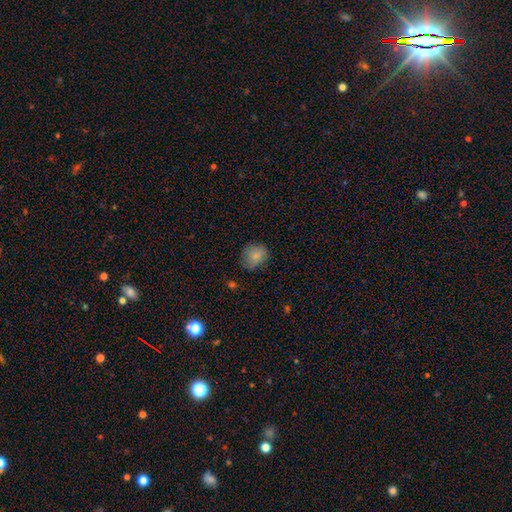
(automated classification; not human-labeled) Smooth or featured? Predicted: smooth (p=0.83). How rounded? Predicted: round (p=0.60). Merging? Predicted: none (p=0.71).